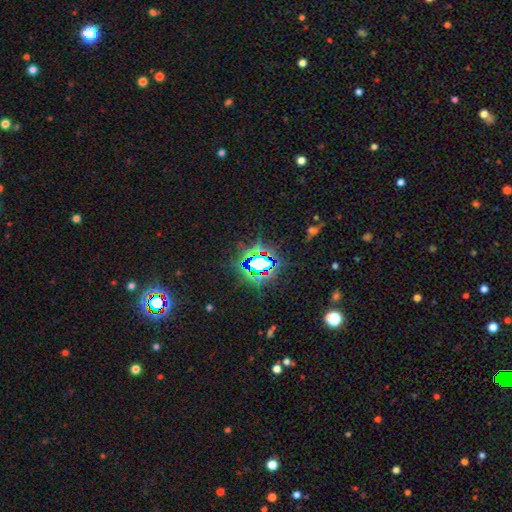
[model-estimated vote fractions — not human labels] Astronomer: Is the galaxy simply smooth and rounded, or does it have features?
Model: star or artifact — 80%.